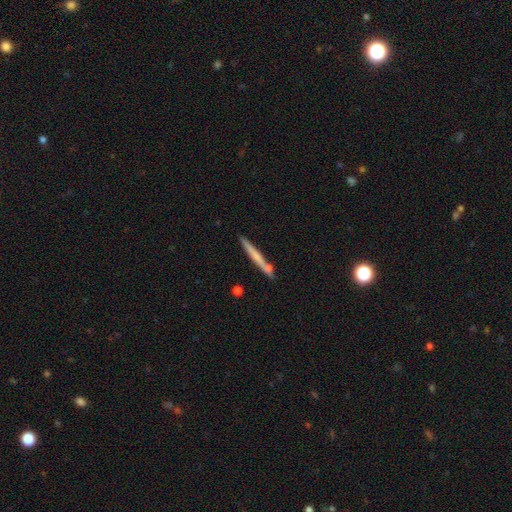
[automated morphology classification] A smooth galaxy with no disk features (53%) that is cigar-shaped (96%).

Vote fractions:
- Smooth or featured? smooth: 53% / featured or disk: 41% / star or artifact: 6%
- How rounded? cigar-shaped: 96% / in between: 3% / round: 1%
- Merging? none: 76% / minor disturbance: 12% / merger: 9% / major disturbance: 3%